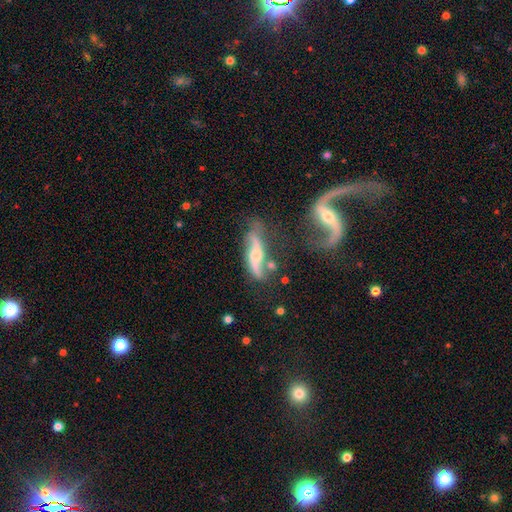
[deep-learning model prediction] featured or disk 72%, smooth 20%, star or artifact 7%. Down the decision tree: edge-on disk — no (70%); bar — no (50%); spiral arms — yes (86%); bulge size — moderate (43%); merging — none (43%).